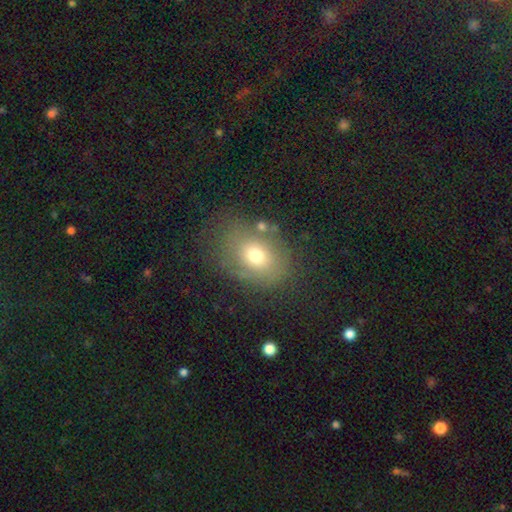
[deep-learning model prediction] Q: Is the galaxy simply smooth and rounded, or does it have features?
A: smooth — 65%.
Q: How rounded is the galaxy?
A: in between — 59%.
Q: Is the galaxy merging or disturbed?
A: none — 67%.